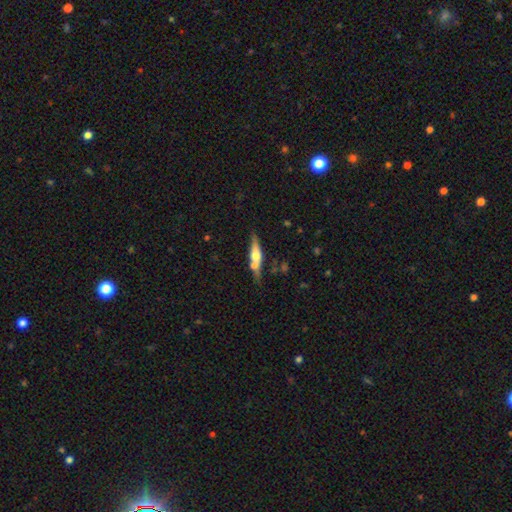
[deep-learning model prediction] featured or disk 57%, smooth 37%, star or artifact 6%. Down the decision tree: edge-on disk — yes (89%); edge-on bulge — rounded (90%); merging — none (60%).